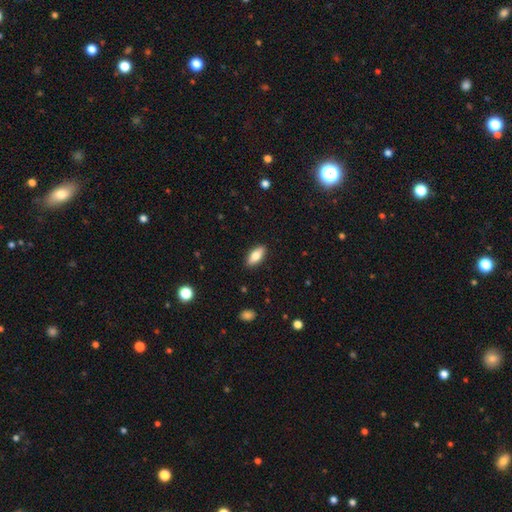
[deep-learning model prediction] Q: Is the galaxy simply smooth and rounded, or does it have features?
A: smooth — 75%.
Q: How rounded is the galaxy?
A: in between — 82%.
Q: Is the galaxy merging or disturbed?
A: none — 89%.